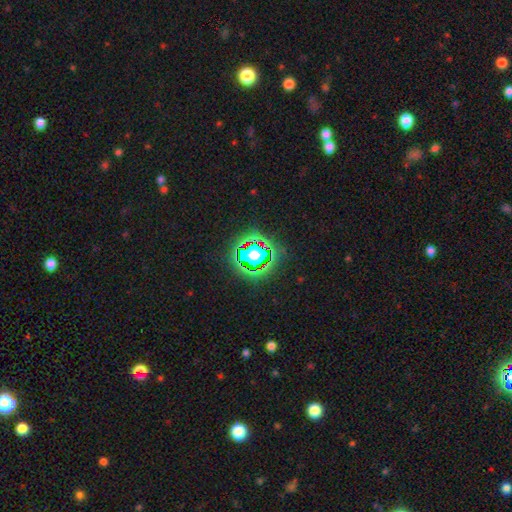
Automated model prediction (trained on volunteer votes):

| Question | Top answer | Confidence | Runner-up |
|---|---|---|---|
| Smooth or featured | star or artifact | 71% | smooth (20%) |